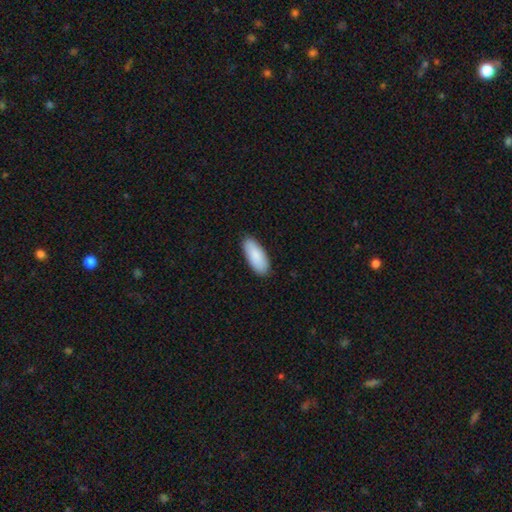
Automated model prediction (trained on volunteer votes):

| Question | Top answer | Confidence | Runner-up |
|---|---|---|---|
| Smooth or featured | smooth | 89% | featured or disk (6%) |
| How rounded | in between | 84% | cigar-shaped (14%) |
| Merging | none | 88% | minor disturbance (9%) |